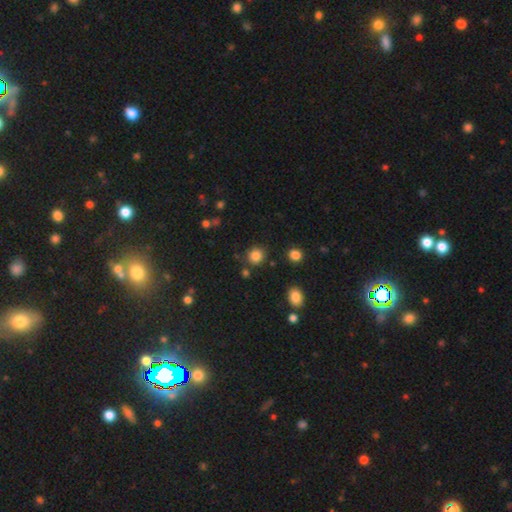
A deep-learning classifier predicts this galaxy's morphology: Smooth or featured: smooth — 83% (star or artifact — 12%)
How rounded: round — 87% (in between — 12%)
Merging: none — 84% (minor disturbance — 8%)